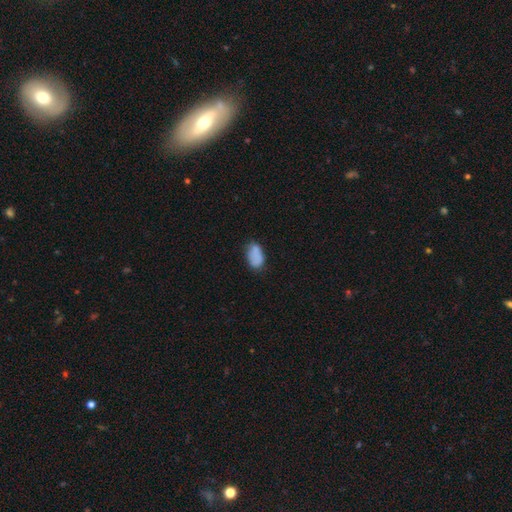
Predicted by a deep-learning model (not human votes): Smooth or featured: smooth — 83% (star or artifact — 9%)
How rounded: in between — 92% (round — 6%)
Merging: none — 62% (minor disturbance — 27%)